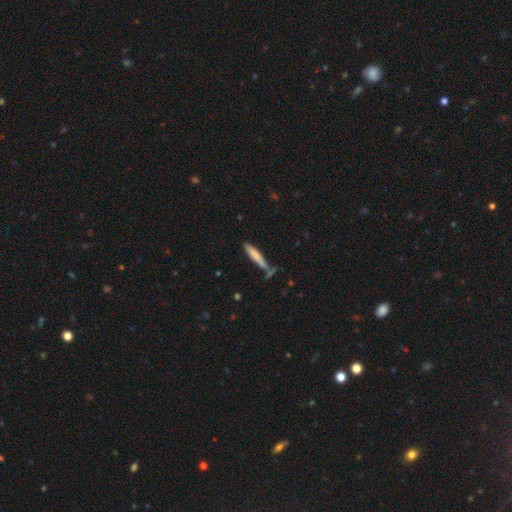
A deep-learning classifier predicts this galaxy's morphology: smooth 73%, featured or disk 20%, star or artifact 7%. Down the decision tree: how rounded — cigar-shaped (88%); merging — none (64%).